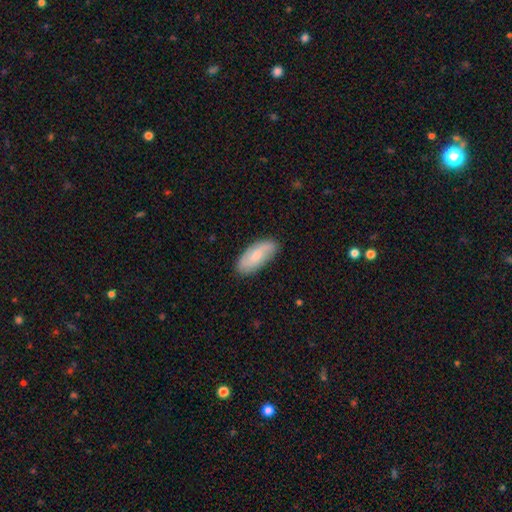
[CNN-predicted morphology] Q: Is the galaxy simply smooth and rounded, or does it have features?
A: smooth — 54%.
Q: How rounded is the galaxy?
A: in between — 87%.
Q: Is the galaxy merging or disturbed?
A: none — 83%.